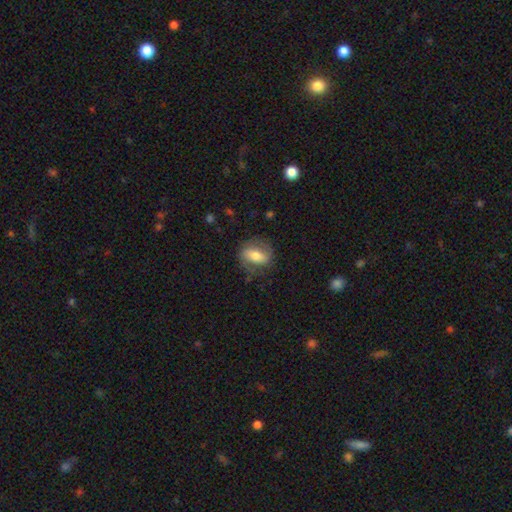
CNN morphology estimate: A smooth galaxy with no disk features (51%) that is in between round and cigar-shaped (70%).

Vote fractions:
- Smooth or featured? smooth: 51% / featured or disk: 42% / star or artifact: 7%
- How rounded? in between: 70% / round: 26% / cigar-shaped: 5%
- Merging? none: 72% / minor disturbance: 18% / major disturbance: 9% / merger: 1%